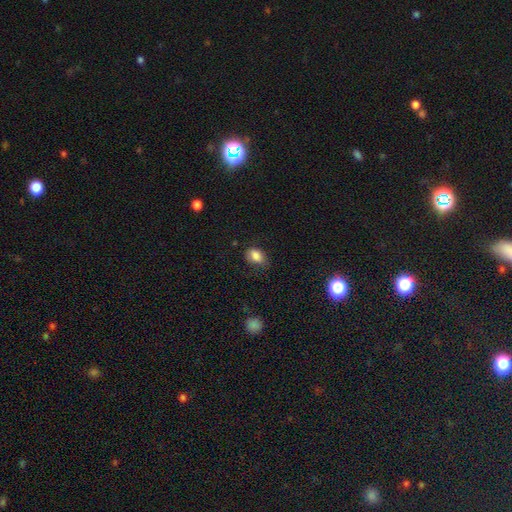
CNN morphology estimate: Smooth or featured? smooth (84%)
How rounded? in between (81%)
Merging? none (66%)